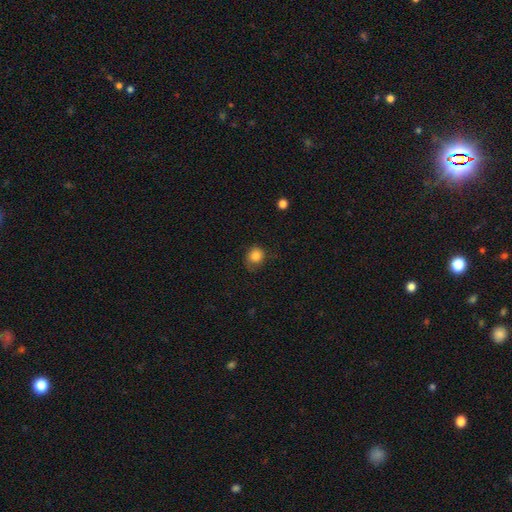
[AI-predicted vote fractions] The model was most divided on "merging": none: 63%, minor disturbance: 27%, major disturbance: 9%, merger: 1%. More confident: smooth or featured — smooth (84%); how rounded — round (78%).